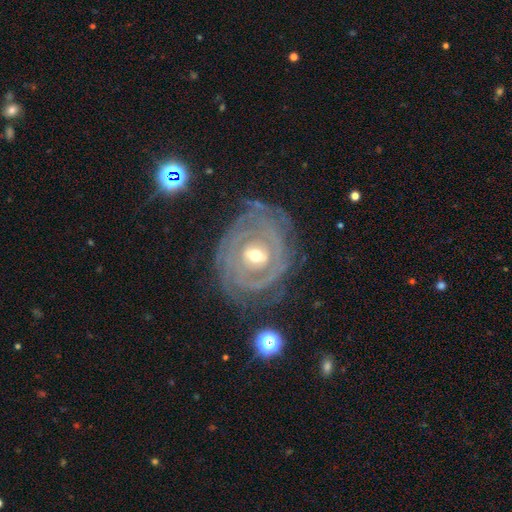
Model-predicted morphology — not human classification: Smooth or featured?
  - featured or disk: 85% *
  - smooth: 9%
  - star or artifact: 6%
Edge-on disk?
  - no: 96% *
  - yes: 4%
Bar?
  - no: 46% *
  - weak: 38%
  - strong: 16%
Spiral arms?
  - yes: 86% *
  - no: 14%
Spiral winding?
  - tight: 81% *
  - medium: 14%
  - loose: 5%
Spiral arm count?
  - can't tell: 44% *
  - 2: 17%
  - 3: 15%
  - 4: 10%
  - more than 4: 7%
  - 1: 7%
Bulge size?
  - moderate: 63% *
  - small: 31%
  - large: 4%
  - none: 1%
  - dominant: 1%
Merging?
  - none: 70% *
  - minor disturbance: 19%
  - major disturbance: 9%
  - merger: 2%